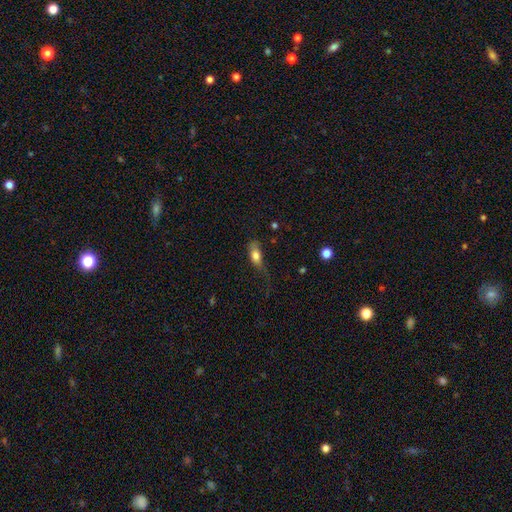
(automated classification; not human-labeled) Q: Smooth or featured?
A: smooth (75%); runner-up: featured or disk (17%)
Q: How rounded?
A: in between (78%); runner-up: cigar-shaped (16%)
Q: Merging?
A: major disturbance (36%); runner-up: none (31%)